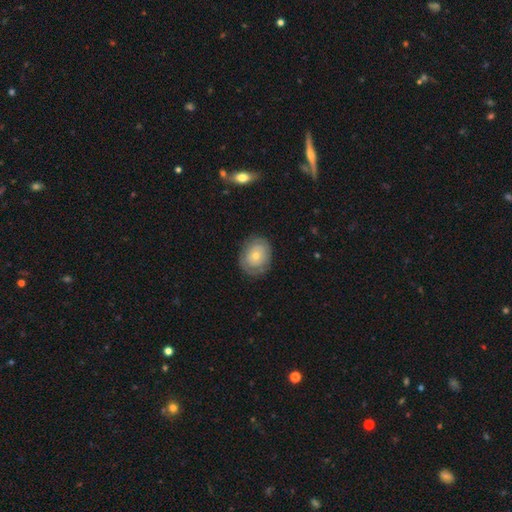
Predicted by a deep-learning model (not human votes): smooth-or-featured: featured or disk: 48% | smooth: 44% | star or artifact: 8%
  merging: none: 77% | minor disturbance: 16% | major disturbance: 6% | merger: 1%